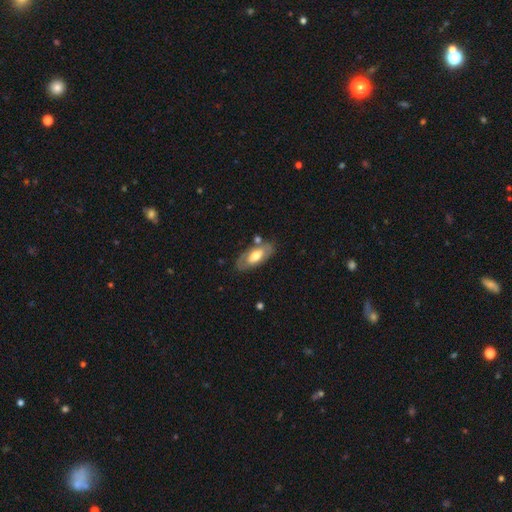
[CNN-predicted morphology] A featured or disk galaxy (47%, tied with smooth).

Vote fractions:
- Smooth or featured? featured or disk: 47% (tied) / smooth: 47% (tied) / star or artifact: 5%
- Merging? none: 73% / minor disturbance: 16% / merger: 6% / major disturbance: 5%